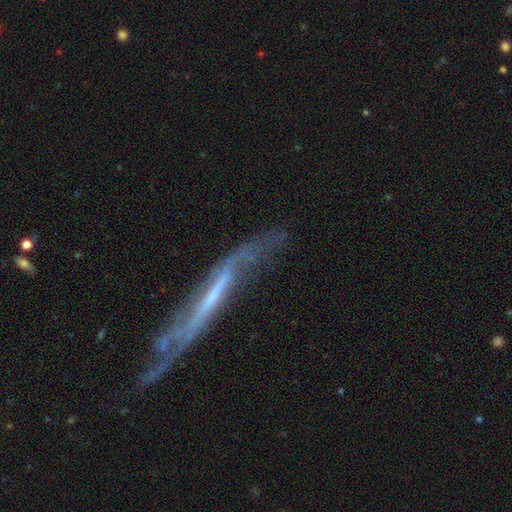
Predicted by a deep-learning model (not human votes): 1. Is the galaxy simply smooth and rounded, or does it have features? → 76% featured or disk, 16% smooth, 8% star or artifact.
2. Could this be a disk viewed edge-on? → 58% yes, 42% no.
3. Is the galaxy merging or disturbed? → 50% none, 24% minor disturbance, 21% major disturbance, 5% merger.